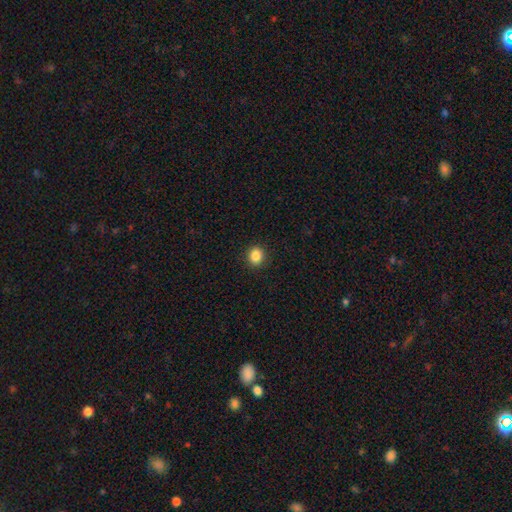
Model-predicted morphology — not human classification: smooth-or-featured: smooth: 87% | star or artifact: 10% | featured or disk: 4%
  how-rounded: round: 69% | in between: 30% | cigar-shaped: 1%
  merging: none: 91% | minor disturbance: 6% | major disturbance: 2% | merger: 1%